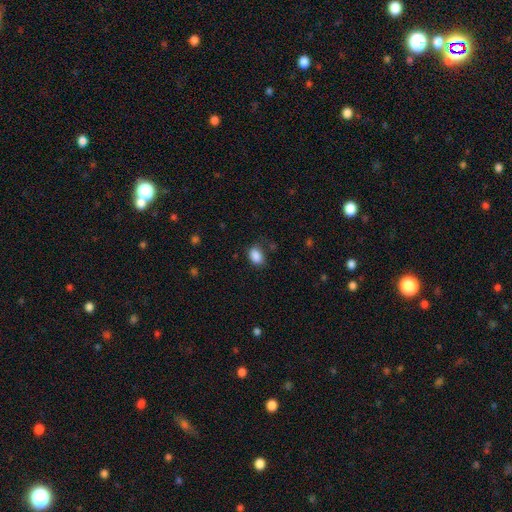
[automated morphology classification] This is clearly a smooth galaxy (88%). How rounded: clearly in between (84%). Merging: likely none (75%).